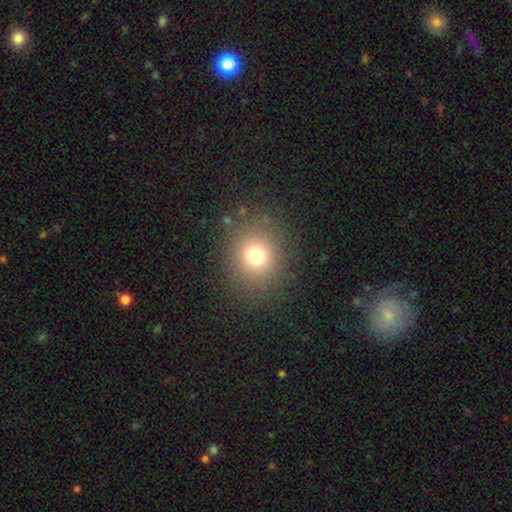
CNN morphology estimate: smooth 72%, star or artifact 18%, featured or disk 10%. Down the decision tree: how rounded — round (79%); merging — none (85%).